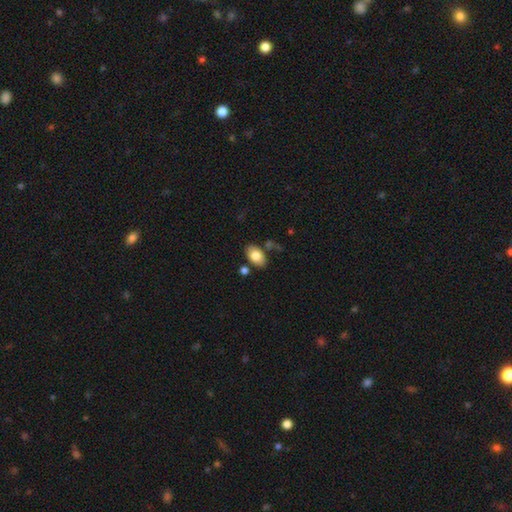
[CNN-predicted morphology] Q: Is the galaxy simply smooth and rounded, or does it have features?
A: smooth — 81%.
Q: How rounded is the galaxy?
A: in between — 92%.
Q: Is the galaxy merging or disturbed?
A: none — 75%.